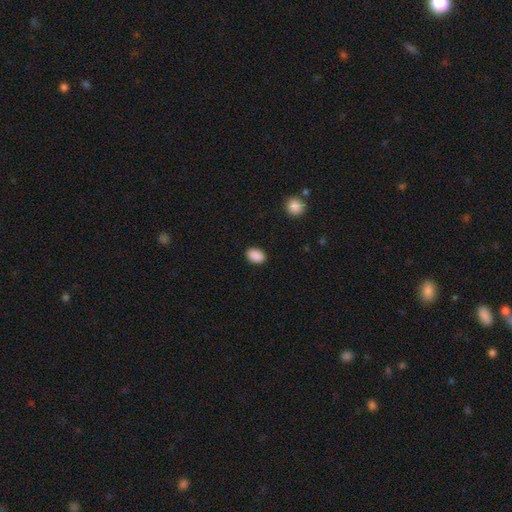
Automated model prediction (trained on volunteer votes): The model was most divided on "how rounded": in between: 82%, round: 17%, cigar-shaped: 1%. More confident: smooth or featured — smooth (90%); merging — none (89%).